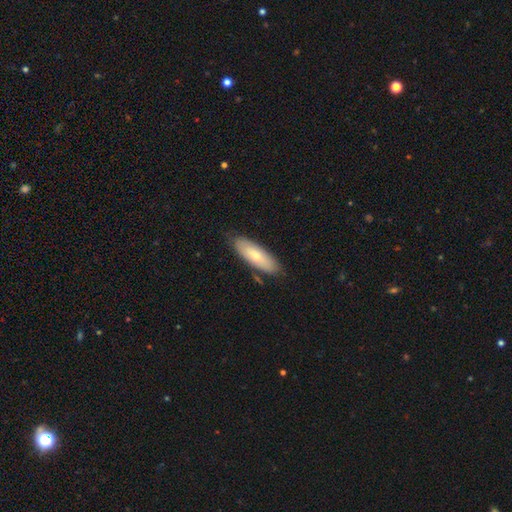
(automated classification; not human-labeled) Smooth or featured: smooth — 66% (featured or disk — 28%)
How rounded: in between — 66% (cigar-shaped — 33%)
Merging: none — 80% (minor disturbance — 15%)